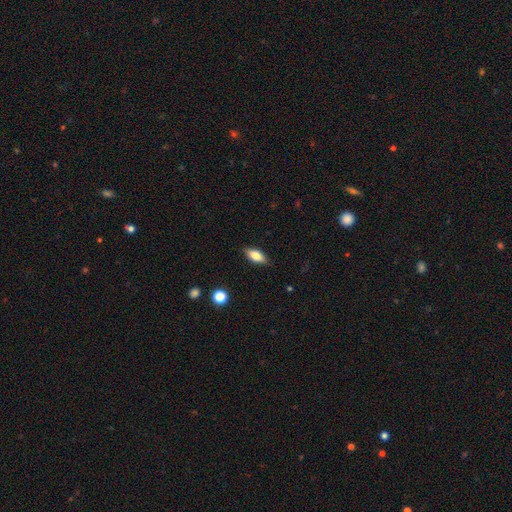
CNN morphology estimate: Overall: smooth (73%). How rounded: in between (80%). Merging: none (85%).